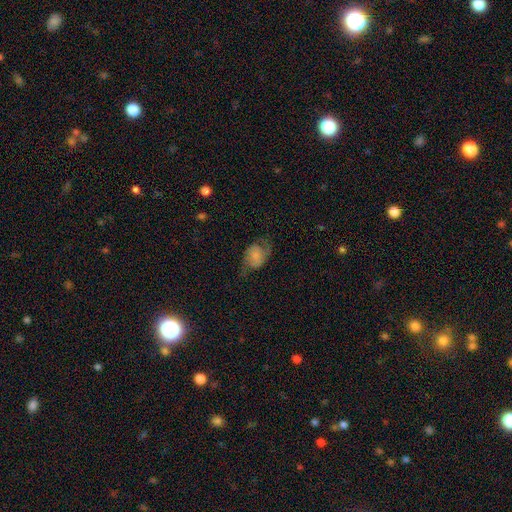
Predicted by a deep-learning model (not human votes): Q: Smooth or featured?
A: featured or disk (55%); runner-up: smooth (36%)
Q: Edge-on disk?
A: no (96%); runner-up: yes (4%)
Q: Bar?
A: no (57%); runner-up: weak (34%)
Q: Spiral arms?
A: yes (86%); runner-up: no (14%)
Q: Bulge size?
A: small (37%); runner-up: none (25%)
Q: Merging?
A: none (58%); runner-up: minor disturbance (24%)